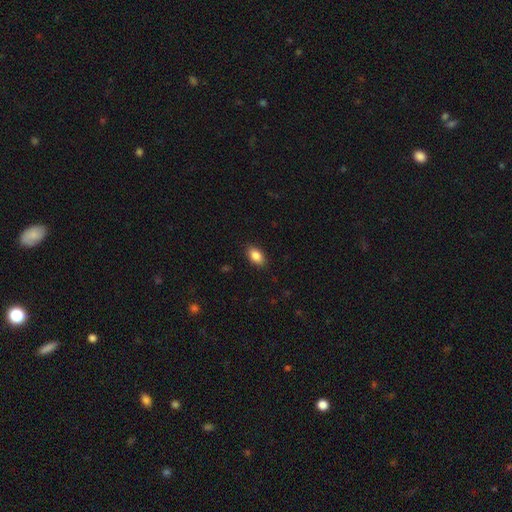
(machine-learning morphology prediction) Smooth or featured? Predicted: smooth (p=0.86). How rounded? Predicted: in between (p=0.91). Merging? Predicted: none (p=0.88).